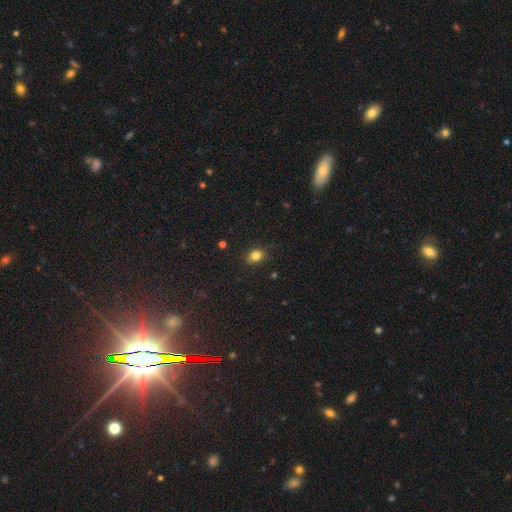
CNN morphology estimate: Smooth or featured? smooth (81%)
How rounded? round (51%)
Merging? none (81%)